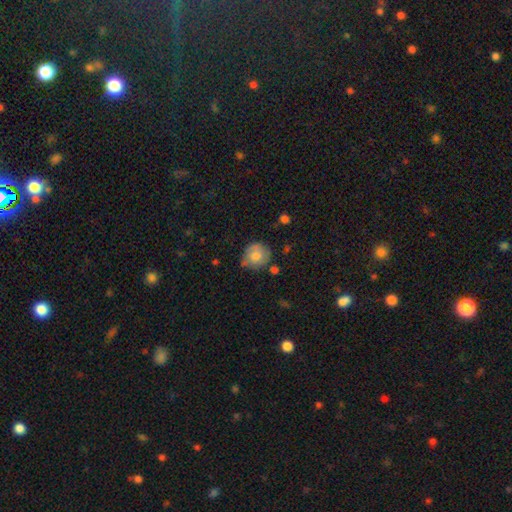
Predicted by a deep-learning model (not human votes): Overall: smooth (74%). How rounded: round (85%). Merging: none (66%).